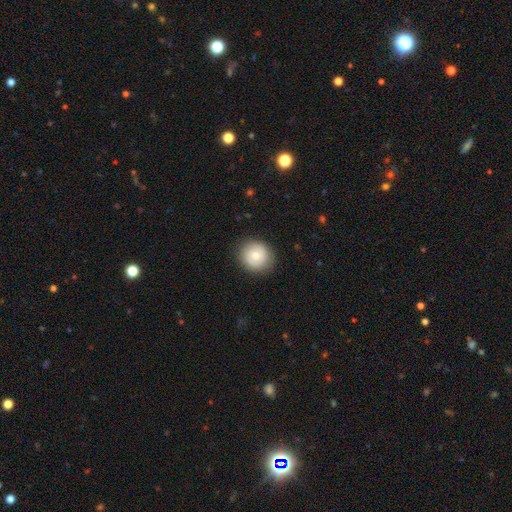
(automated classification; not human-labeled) Morphology: type=smooth (66%); roundness=round (91%); merging=none (87%).